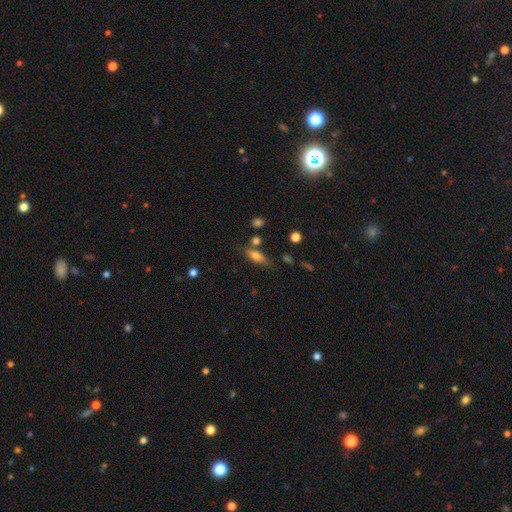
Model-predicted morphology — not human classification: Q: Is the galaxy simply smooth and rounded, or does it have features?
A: smooth — 63%.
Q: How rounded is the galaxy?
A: in between — 58%.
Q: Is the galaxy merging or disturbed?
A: none — 61%.